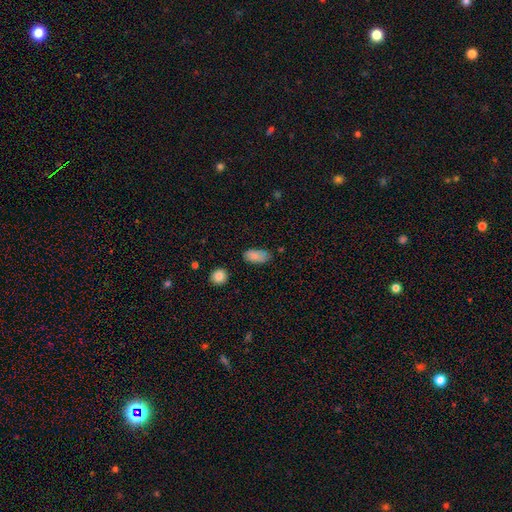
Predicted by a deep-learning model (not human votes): smooth 85%, star or artifact 8%, featured or disk 7%. Down the decision tree: how rounded — in between (92%); merging — none (66%).